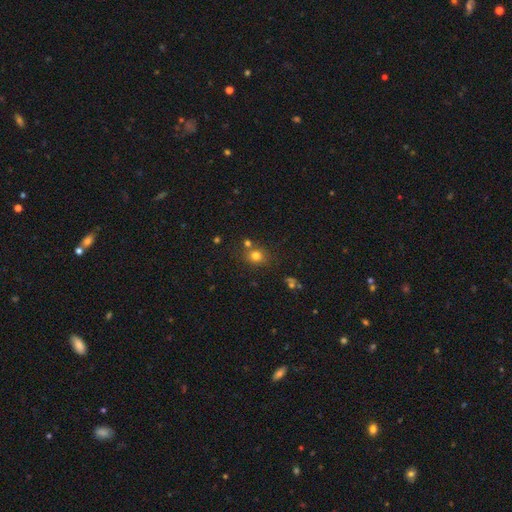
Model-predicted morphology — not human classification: Smooth or featured? Predicted: smooth (p=0.76). How rounded? Predicted: round (p=0.76). Merging? Predicted: none (p=0.69).